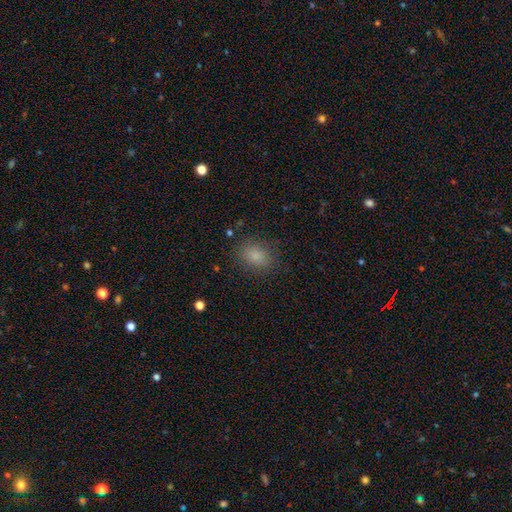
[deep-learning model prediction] This is clearly a smooth galaxy (83%). How rounded: likely in between (65%). Merging: clearly none (83%).